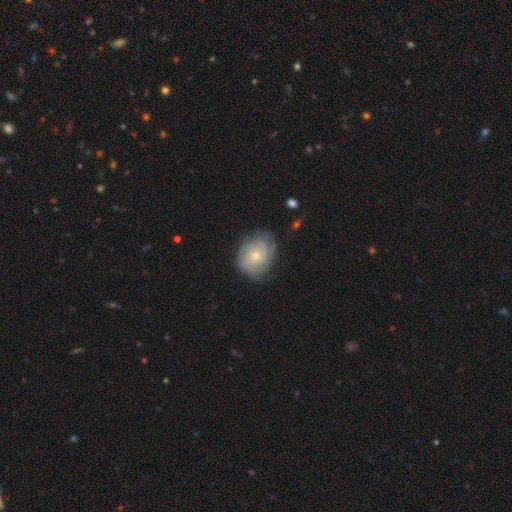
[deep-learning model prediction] smooth_or_featured: featured or disk (p=0.72) [alt: smooth p=0.21]
disk_edge_on: no (p=0.97) [alt: yes p=0.03]
bar: no (p=0.80) [alt: weak p=0.18]
has_spiral_arms: yes (p=0.92) [alt: no p=0.08]
spiral_winding: tight (p=0.68) [alt: medium p=0.25]
spiral_arm_count: can't tell (p=0.39) [alt: 3 p=0.20]
bulge_size: small (p=0.60) [alt: moderate p=0.36]
merging: none (p=0.74) [alt: minor disturbance p=0.18]